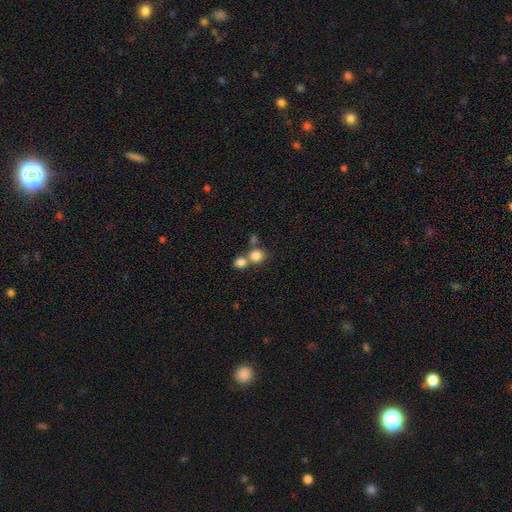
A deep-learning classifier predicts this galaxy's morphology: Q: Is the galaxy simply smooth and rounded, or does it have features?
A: smooth — 82%.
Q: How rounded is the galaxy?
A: round — 85%.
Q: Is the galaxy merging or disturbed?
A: none — 46%.